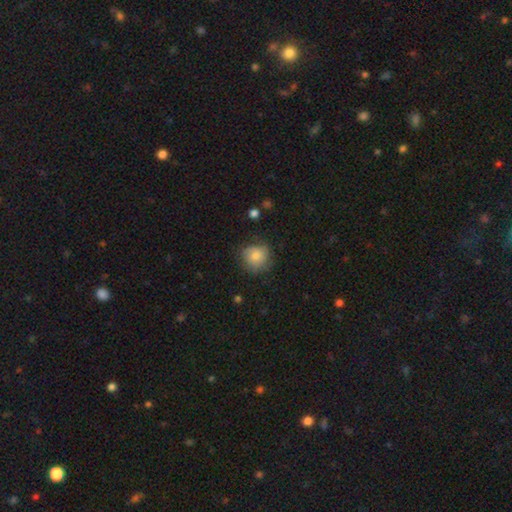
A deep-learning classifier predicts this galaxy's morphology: smooth 76%, featured or disk 15%, star or artifact 8%. Down the decision tree: how rounded — round (84%); merging — none (66%).